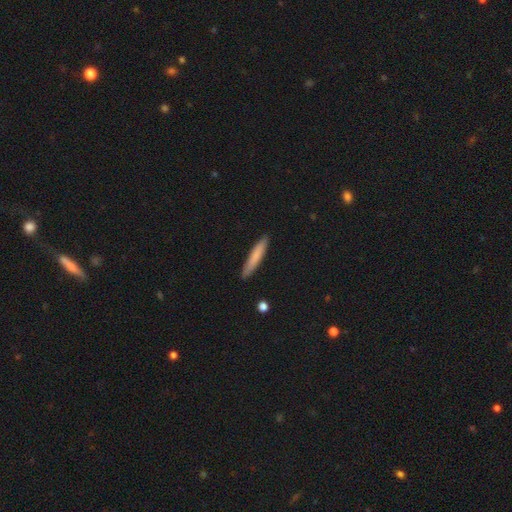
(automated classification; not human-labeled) This appears to be a smooth galaxy with no disk features (78%) that is cigar-shaped (92%). Merging: none (88%).